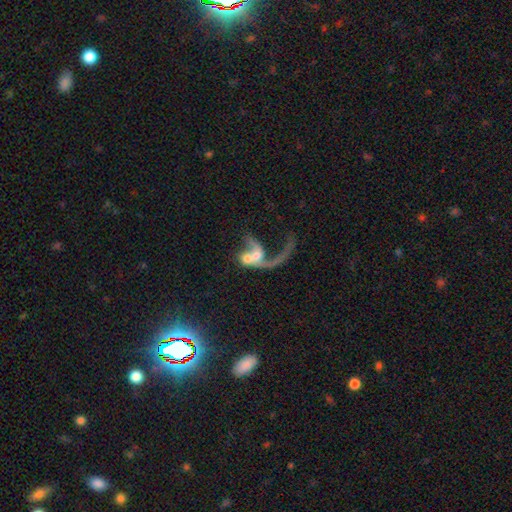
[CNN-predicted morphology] smooth-or-featured: featured or disk: 69% | smooth: 23% | star or artifact: 9%
  disk-edge-on: no: 96% | yes: 4%
    bar: no: 67% | weak: 26% | strong: 7%
    has-spiral-arms: yes: 76% | no: 24%
      spiral-winding: loose: 87% | medium: 11% | tight: 3%
      spiral-arm-count: 1: 57% | 2: 35% | can't tell: 4% | 3: 2% | 4: 1% | more than 4: 1%
    bulge-size: moderate: 47% | small: 25% | large: 15% | none: 9% | dominant: 3%
  merging: merger: 62% | major disturbance: 19% | none: 13% | minor disturbance: 6%